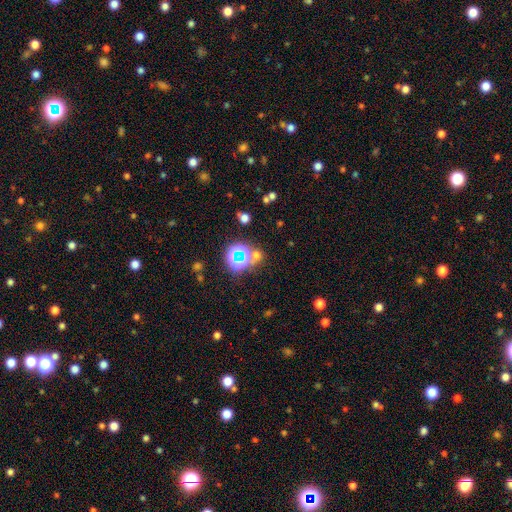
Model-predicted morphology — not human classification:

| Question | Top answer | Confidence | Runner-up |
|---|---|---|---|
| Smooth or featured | star or artifact | 51% | smooth (39%) |